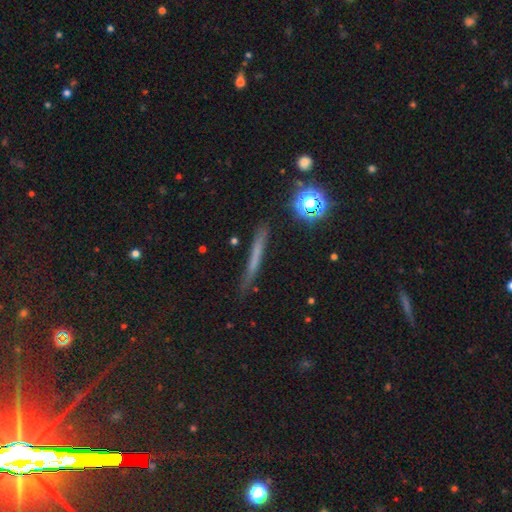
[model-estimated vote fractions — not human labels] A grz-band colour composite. It shows a smooth galaxy with no disk features (51%) that is cigar-shaped (91%). Merging: none (82%).